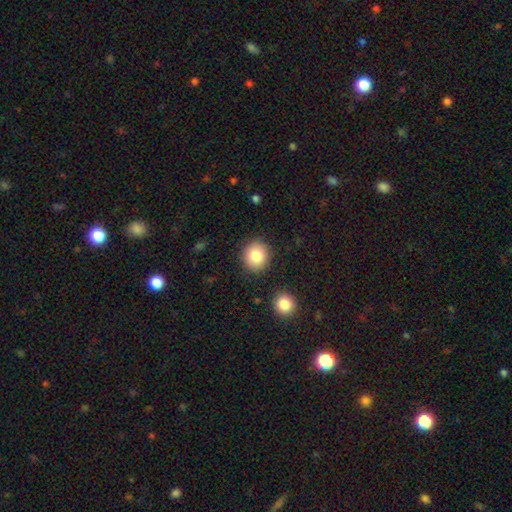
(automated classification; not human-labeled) A smooth galaxy with no disk features (83%) that is round (85%).

Vote fractions:
- Smooth or featured? smooth: 83% / star or artifact: 9% / featured or disk: 8%
- How rounded? round: 85% / in between: 14% / cigar-shaped: 1%
- Merging? none: 88% / minor disturbance: 7% / merger: 3% / major disturbance: 2%